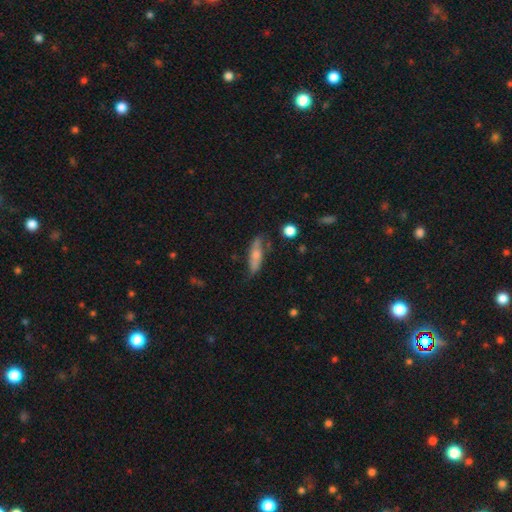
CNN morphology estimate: Smooth or featured?
  - smooth: 59% *
  - featured or disk: 33%
  - star or artifact: 7%
How rounded?
  - cigar-shaped: 54% *
  - in between: 43%
  - round: 3%
Merging?
  - none: 60% *
  - minor disturbance: 27%
  - major disturbance: 9%
  - merger: 4%